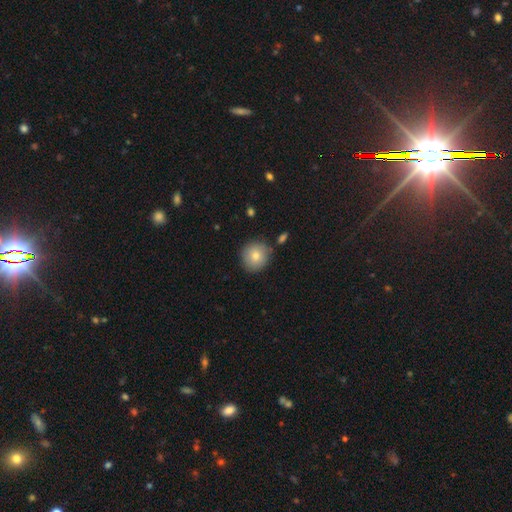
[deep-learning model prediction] The model was most divided on "smooth or featured": smooth: 80%, featured or disk: 12%, star or artifact: 9%. More confident: how rounded — round (92%); merging — none (83%).